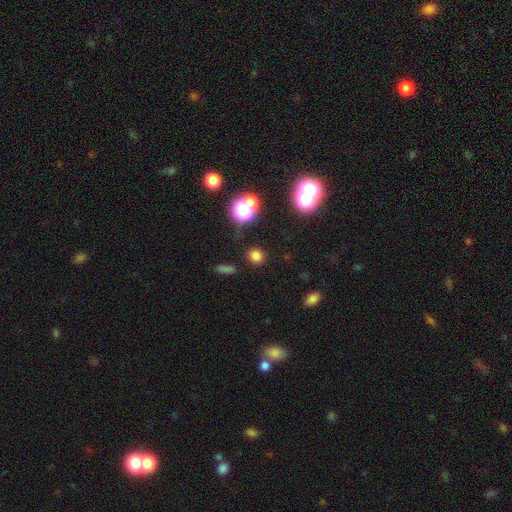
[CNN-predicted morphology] Smooth or featured? Predicted: smooth (p=0.74). How rounded? Predicted: round (p=0.81). Merging? Predicted: none (p=0.87).